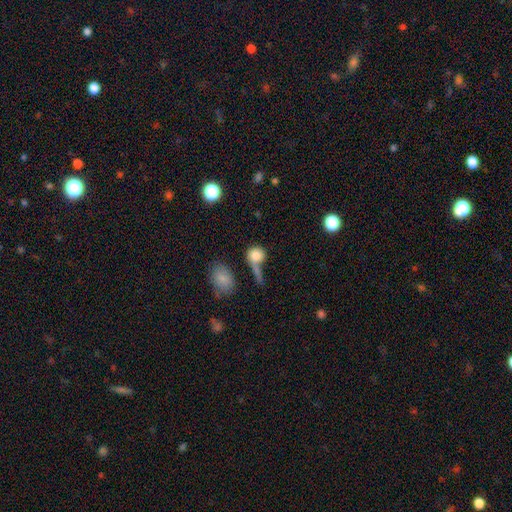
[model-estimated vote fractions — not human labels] This is clearly a smooth galaxy (80%). How rounded: likely round (73%). Merging: marginally none (37%).